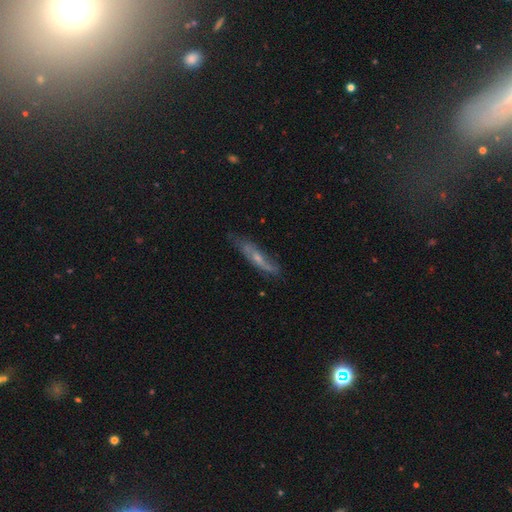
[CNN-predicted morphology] Overall: featured or disk (61%; smooth 27%). Edge-on disk: yes (54%; no 46%). Merging: none (70%).